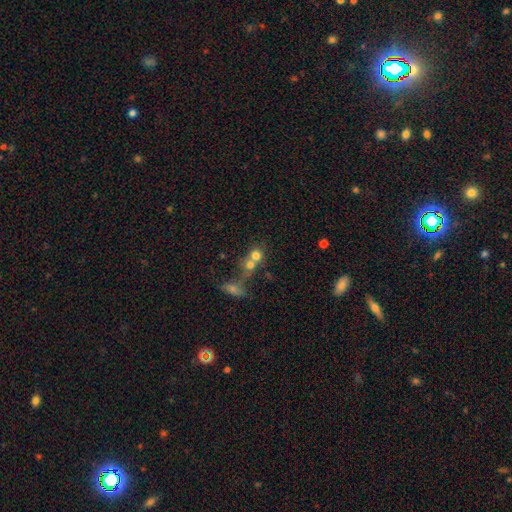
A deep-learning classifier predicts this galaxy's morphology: smooth_or_featured: smooth (p=0.71) [alt: featured or disk p=0.16]
how_rounded: round (p=0.77) [alt: in between p=0.21]
merging: merger (p=0.61) [alt: none p=0.29]